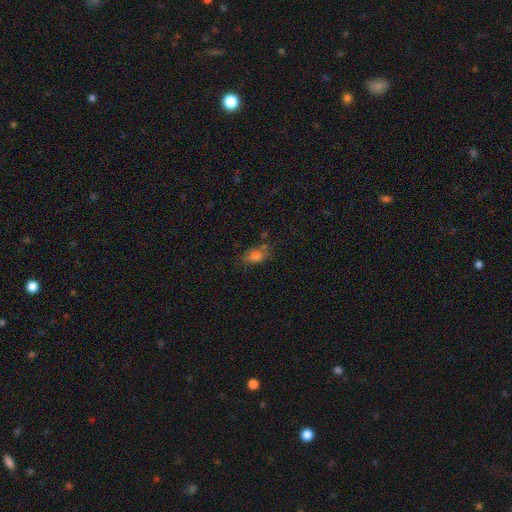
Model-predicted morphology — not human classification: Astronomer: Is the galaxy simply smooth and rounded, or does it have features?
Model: smooth — 75%.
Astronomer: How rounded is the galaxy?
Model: in between — 79%.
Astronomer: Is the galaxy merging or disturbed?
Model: none — 60%.